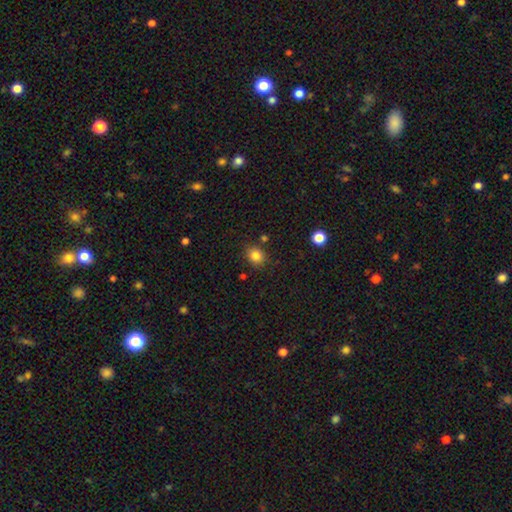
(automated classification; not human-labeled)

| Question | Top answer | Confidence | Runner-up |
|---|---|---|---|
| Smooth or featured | smooth | 83% | star or artifact (11%) |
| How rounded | round | 68% | in between (31%) |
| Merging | none | 81% | minor disturbance (12%) |